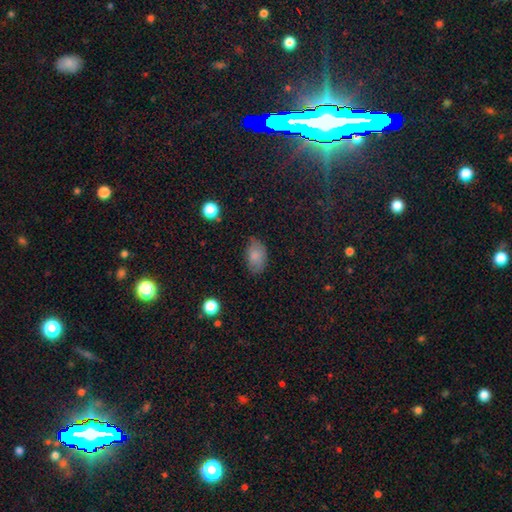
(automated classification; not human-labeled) Overall: smooth (81%). How rounded: in between (89%). Merging: none (70%).